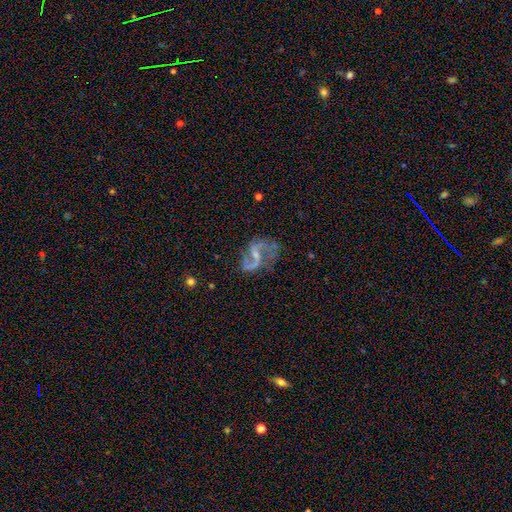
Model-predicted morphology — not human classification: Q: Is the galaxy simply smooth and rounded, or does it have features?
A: featured or disk — 87%.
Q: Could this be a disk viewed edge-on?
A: no — 98%.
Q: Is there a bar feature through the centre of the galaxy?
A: weak — 50%.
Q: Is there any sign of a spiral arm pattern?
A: yes — 94%.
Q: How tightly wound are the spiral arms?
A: loose — 61%.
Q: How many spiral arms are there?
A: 2 — 90%.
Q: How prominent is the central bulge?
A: small — 58%.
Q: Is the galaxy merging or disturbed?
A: none — 56%.